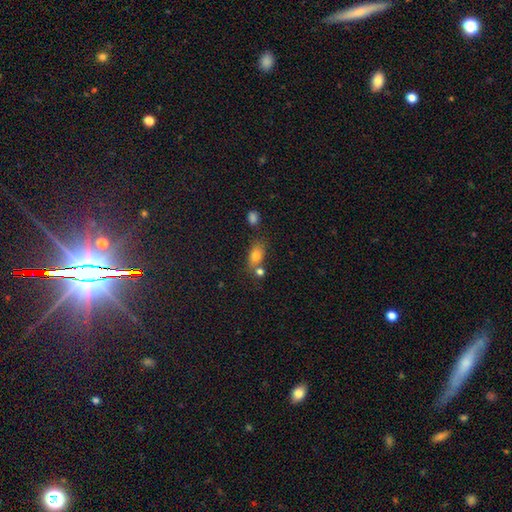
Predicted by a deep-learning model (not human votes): This appears to be a smooth galaxy with no disk features (78%) that is in between round and cigar-shaped (77%). Merging: none (57%).